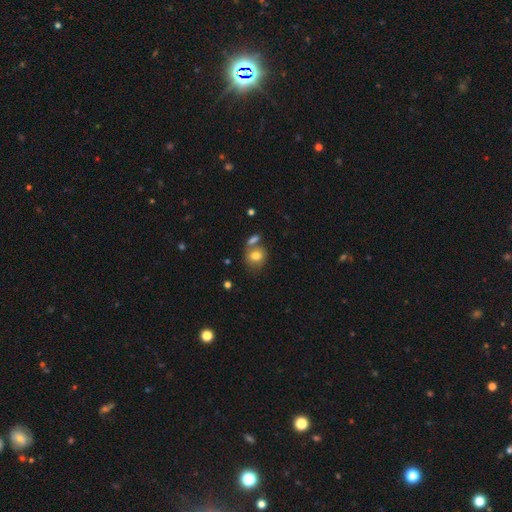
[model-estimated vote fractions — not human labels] The model was most divided on "merging": none: 54%, merger: 28%, minor disturbance: 13%, major disturbance: 5%. More confident: smooth or featured — smooth (79%); how rounded — round (72%).